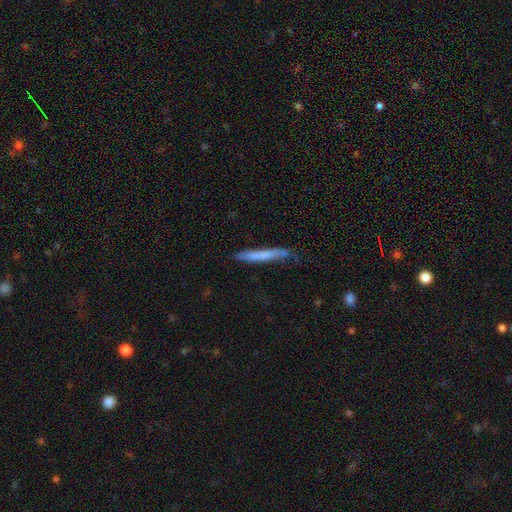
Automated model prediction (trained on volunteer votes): Smooth or featured? Predicted: smooth (p=0.64). How rounded? Predicted: cigar-shaped (p=0.96). Merging? Predicted: none (p=0.80).